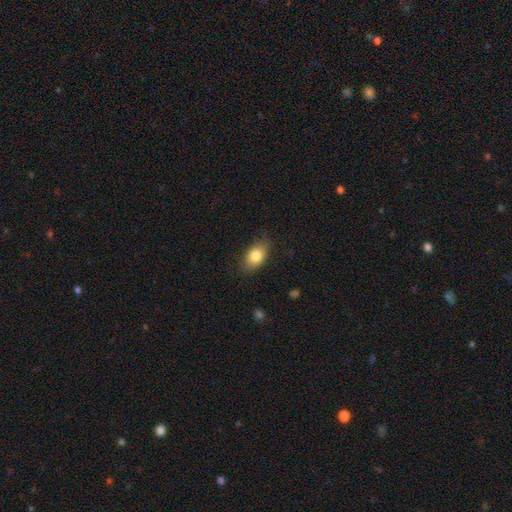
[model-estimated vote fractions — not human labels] Smooth or featured? smooth (81%)
How rounded? in between (85%)
Merging? none (79%)